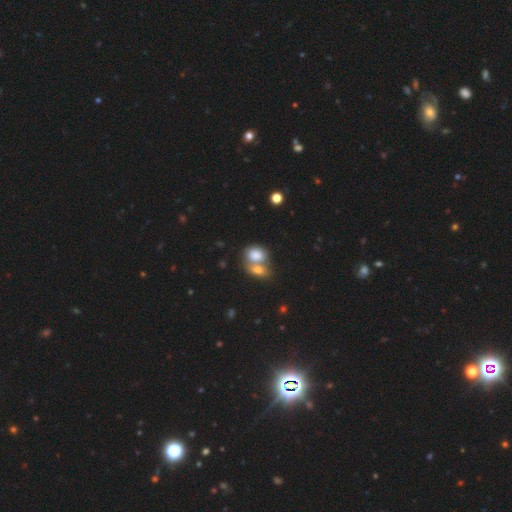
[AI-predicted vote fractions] Smooth or featured: smooth — 80% (featured or disk — 12%)
How rounded: in between — 62% (round — 36%)
Merging: merger — 65% (none — 24%)